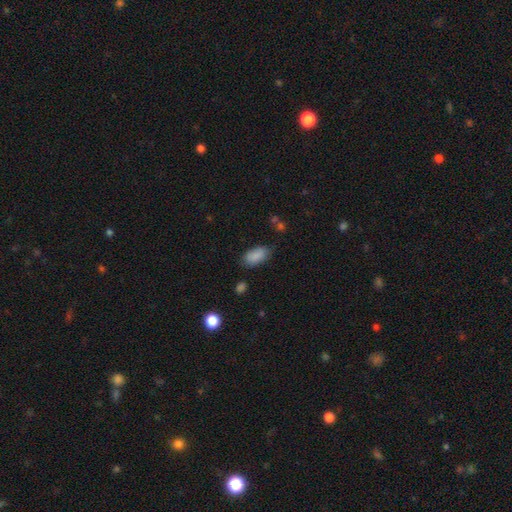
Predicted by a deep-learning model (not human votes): Smooth or featured? smooth (88%)
How rounded? in between (93%)
Merging? none (76%)